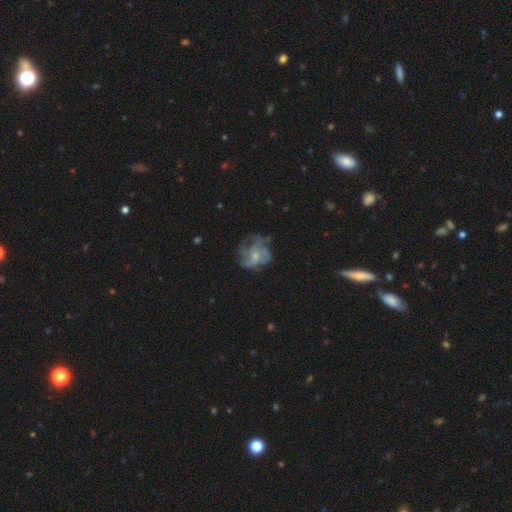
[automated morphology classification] Overall: featured or disk (65%). Edge-on disk: no (98%). Bar: no (78%). Spiral arms: yes (65%; no 35%). Bulge size: small (59%; moderate 32%). Merging: none (46%; major disturbance 29%).